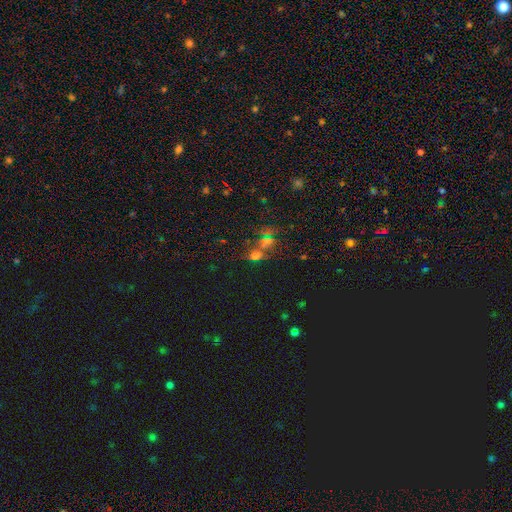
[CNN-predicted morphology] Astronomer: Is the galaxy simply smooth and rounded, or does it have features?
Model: star or artifact — 47% (runner-up: smooth, 39%).